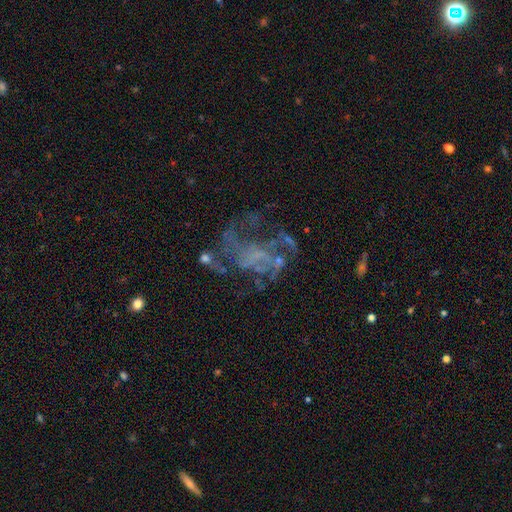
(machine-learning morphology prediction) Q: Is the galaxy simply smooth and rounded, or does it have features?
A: featured or disk — 68%.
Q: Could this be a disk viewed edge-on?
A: no — 98%.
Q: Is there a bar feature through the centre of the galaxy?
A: no — 79%.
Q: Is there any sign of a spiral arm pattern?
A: yes — 52%.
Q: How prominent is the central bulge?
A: none — 75%.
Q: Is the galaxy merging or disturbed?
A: none — 43%.